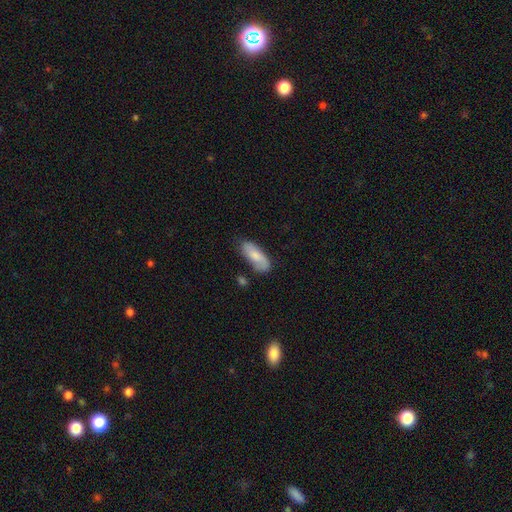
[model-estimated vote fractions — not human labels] smooth 72%, featured or disk 22%, star or artifact 6%. Down the decision tree: how rounded — in between (77%); merging — none (64%).